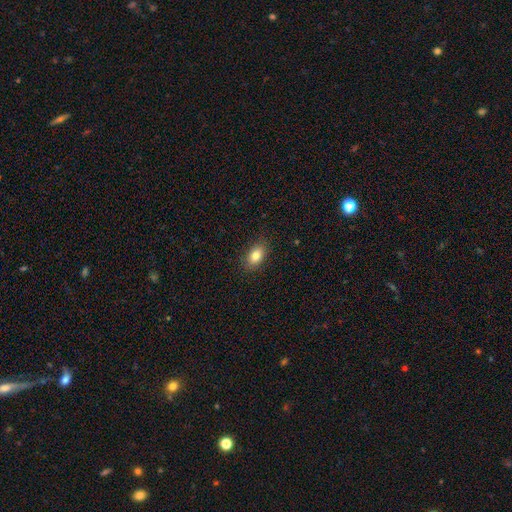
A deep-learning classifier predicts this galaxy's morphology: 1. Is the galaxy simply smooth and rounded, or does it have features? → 83% smooth, 9% star or artifact, 8% featured or disk.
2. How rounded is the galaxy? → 88% in between, 10% round, 3% cigar-shaped.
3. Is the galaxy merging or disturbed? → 87% none, 9% minor disturbance, 2% major disturbance, 1% merger.